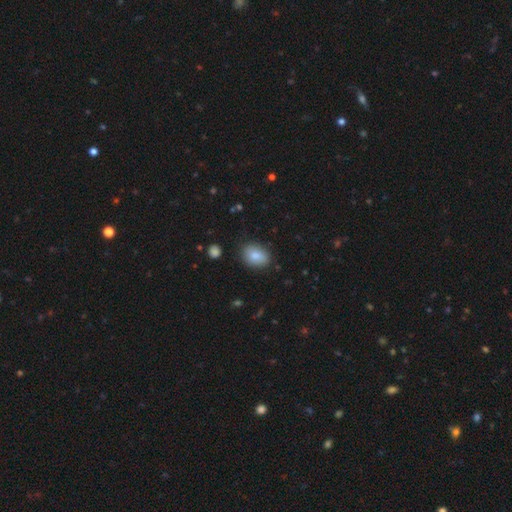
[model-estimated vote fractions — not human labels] Q: Smooth or featured?
A: smooth (84%); runner-up: featured or disk (8%)
Q: How rounded?
A: in between (74%); runner-up: round (25%)
Q: Merging?
A: none (83%); runner-up: minor disturbance (12%)